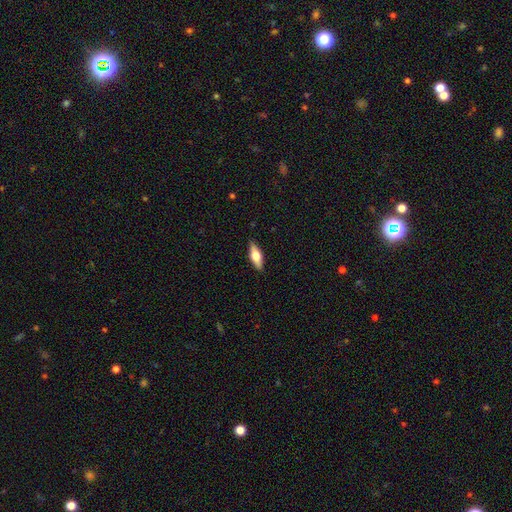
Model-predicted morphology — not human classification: Q: Smooth or featured?
A: smooth (49%); runner-up: featured or disk (45%)
Q: Merging?
A: none (88%); runner-up: minor disturbance (9%)